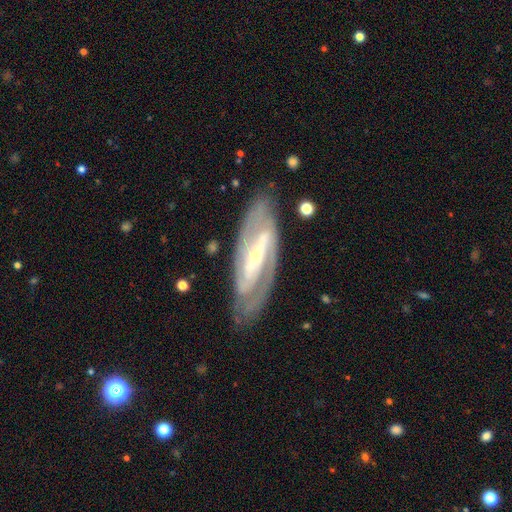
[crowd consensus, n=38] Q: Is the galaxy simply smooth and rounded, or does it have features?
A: featured or disk — 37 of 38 (97%).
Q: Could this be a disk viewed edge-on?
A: no — 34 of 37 (92%).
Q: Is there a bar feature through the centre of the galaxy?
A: strong — 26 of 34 (76%).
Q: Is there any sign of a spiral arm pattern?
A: yes — 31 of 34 (91%).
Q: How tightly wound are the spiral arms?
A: medium — 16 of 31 (52%).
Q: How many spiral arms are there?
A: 2 — 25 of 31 (81%).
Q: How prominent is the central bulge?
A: small — 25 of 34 (74%).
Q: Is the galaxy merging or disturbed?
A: none — 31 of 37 (84%).